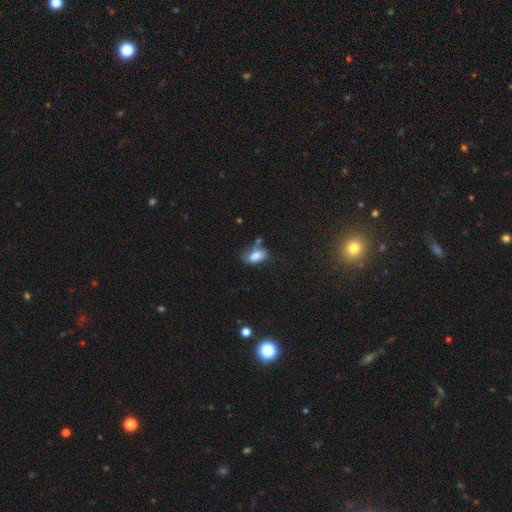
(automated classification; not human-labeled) smooth 74%, featured or disk 16%, star or artifact 10%. Down the decision tree: how rounded — in between (90%); merging — none (36%).